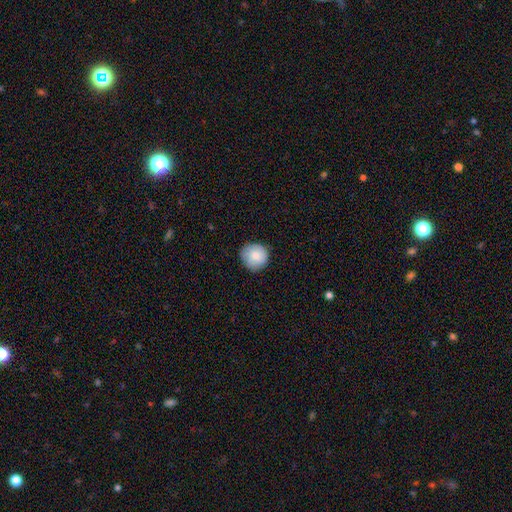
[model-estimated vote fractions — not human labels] Smooth or featured?
  - smooth: 83% *
  - featured or disk: 10%
  - star or artifact: 7%
How rounded?
  - round: 94% *
  - in between: 5%
  - cigar-shaped: 1%
Merging?
  - none: 85% *
  - minor disturbance: 12%
  - major disturbance: 2%
  - merger: 1%